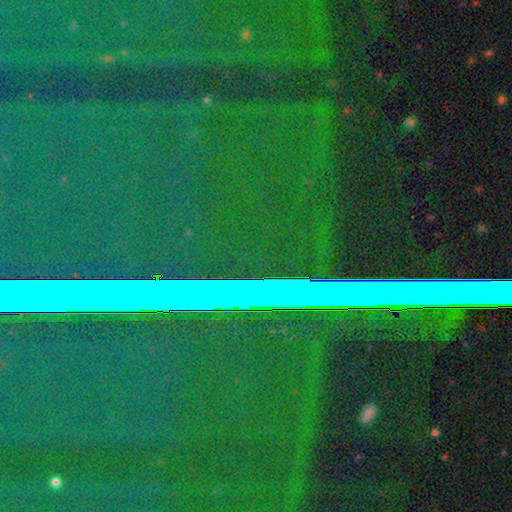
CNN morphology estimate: Q: Smooth or featured?
A: star or artifact (86%); runner-up: featured or disk (7%)